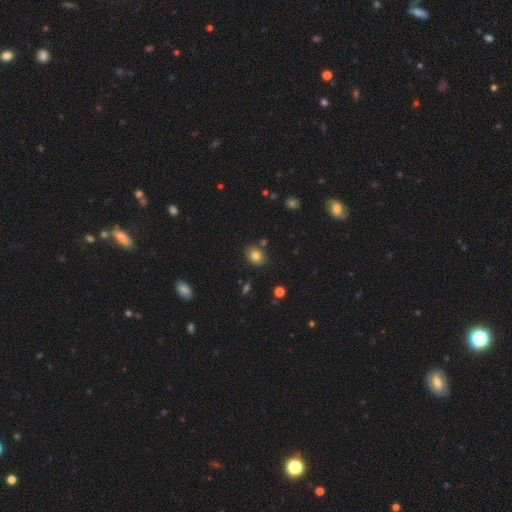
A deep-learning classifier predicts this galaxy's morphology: This is likely a smooth galaxy (79%). How rounded: possibly in between (60%). Merging: clearly none (81%).